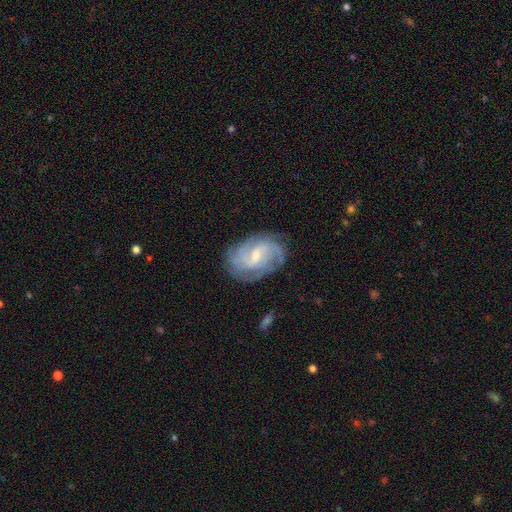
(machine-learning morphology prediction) This appears to be a featured or disk galaxy (81%) with a weak bar (59%), tight (46%) spiral arms (94%) and a small central bulge (52%). Merging: none (73%).